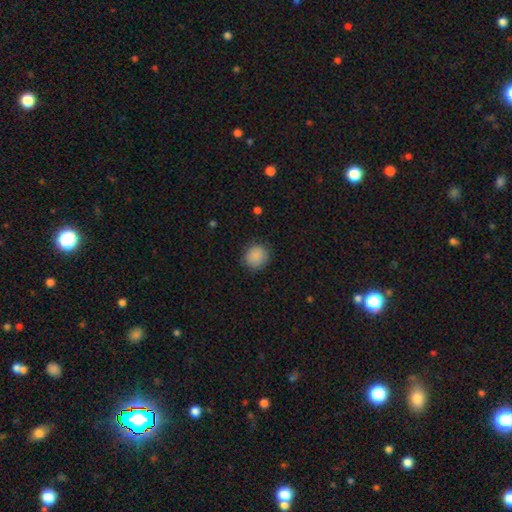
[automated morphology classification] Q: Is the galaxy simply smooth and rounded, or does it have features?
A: smooth — 87%.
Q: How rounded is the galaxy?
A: round — 87%.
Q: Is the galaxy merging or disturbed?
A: none — 84%.